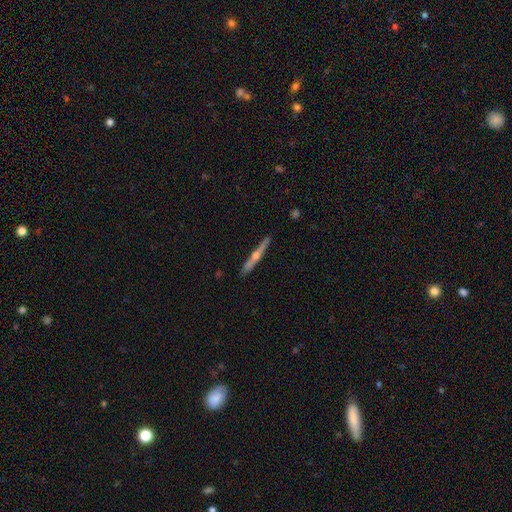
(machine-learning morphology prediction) featured or disk 69%, smooth 25%, star or artifact 6%. Down the decision tree: edge-on disk — yes (98%); edge-on bulge — rounded (81%); merging — none (88%).